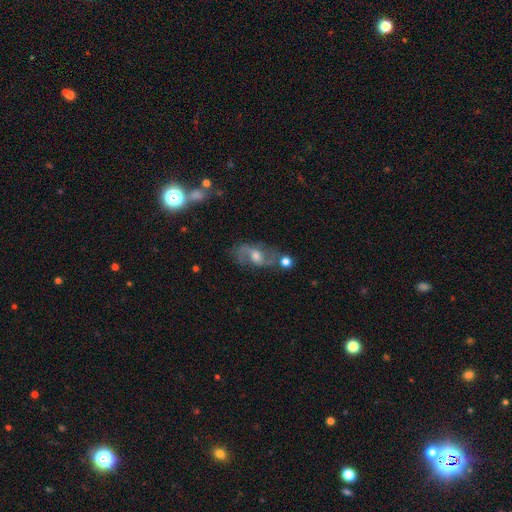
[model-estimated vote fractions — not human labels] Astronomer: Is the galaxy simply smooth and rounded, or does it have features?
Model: featured or disk — 78%.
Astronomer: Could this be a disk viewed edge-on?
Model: no — 94%.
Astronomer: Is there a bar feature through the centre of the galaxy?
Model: weak — 47% (runner-up: no, 39%).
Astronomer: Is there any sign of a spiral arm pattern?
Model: yes — 92%.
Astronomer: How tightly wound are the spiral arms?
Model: loose — 48% (runner-up: medium, 41%).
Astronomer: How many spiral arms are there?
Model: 2 — 89%.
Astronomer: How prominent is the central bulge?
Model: moderate — 63%.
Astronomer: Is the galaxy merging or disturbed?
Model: none — 66%.